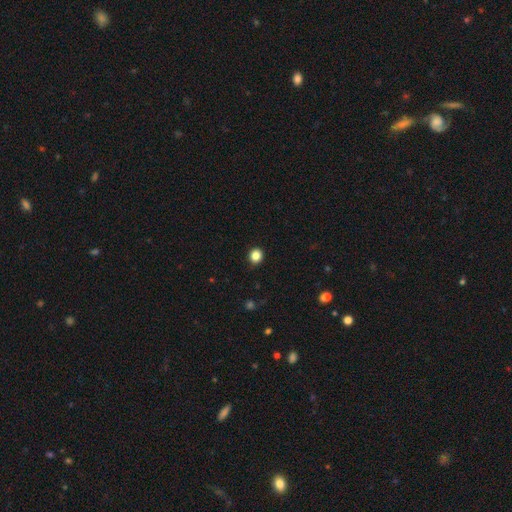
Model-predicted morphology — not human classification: Smooth or featured? Predicted: smooth (p=0.86). How rounded? Predicted: round (p=0.80). Merging? Predicted: none (p=0.90).